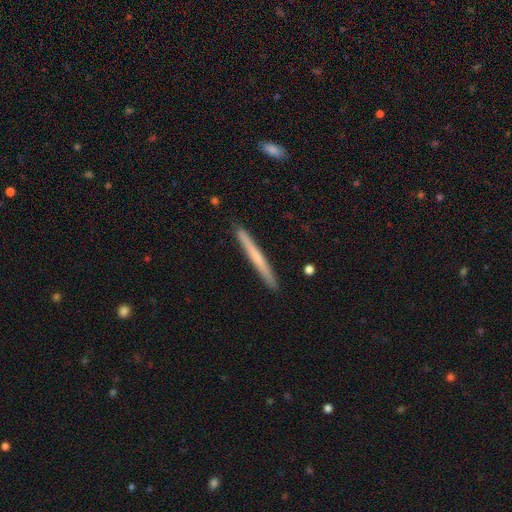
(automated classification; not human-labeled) A smooth galaxy with no disk features (55%) that is cigar-shaped (97%). Merging: none (92%).